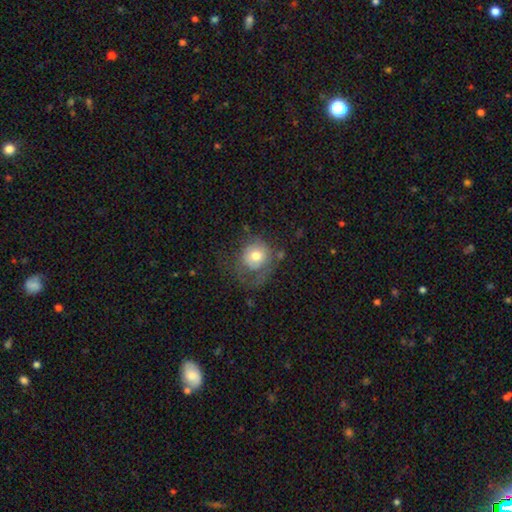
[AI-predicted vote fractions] Smooth or featured? Predicted: smooth (p=0.66). How rounded? Predicted: round (p=0.82). Merging? Predicted: none (p=0.40).